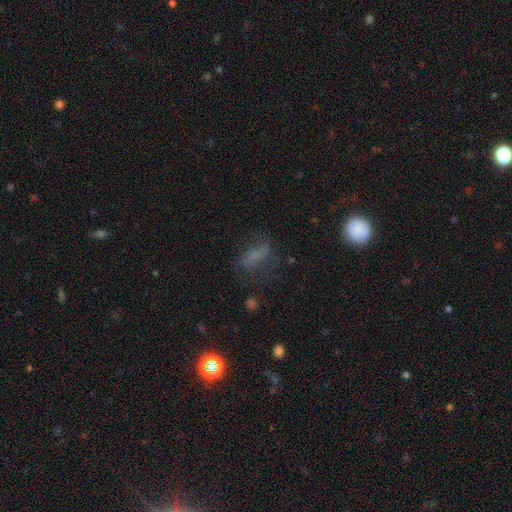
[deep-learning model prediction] Morphology: type=smooth (51%); roundness=in between (69%); merging=none (53%).